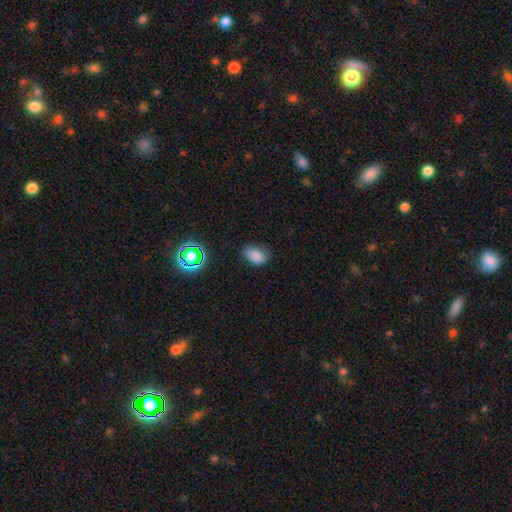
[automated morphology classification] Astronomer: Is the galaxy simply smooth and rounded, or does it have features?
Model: smooth — 81%.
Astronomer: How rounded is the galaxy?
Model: in between — 83%.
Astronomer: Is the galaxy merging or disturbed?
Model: none — 76%.